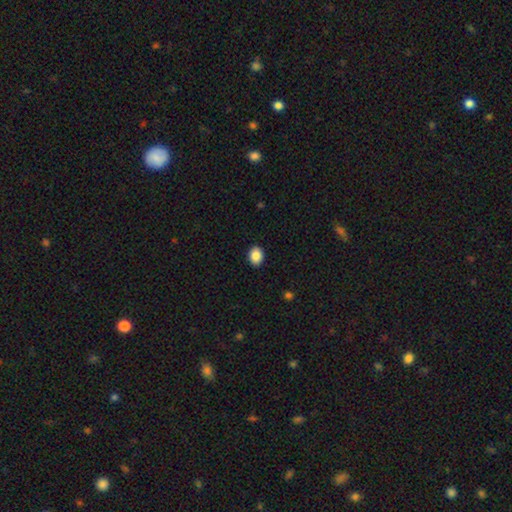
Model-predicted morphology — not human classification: type=smooth (88%); roundness=in between (56%); merging=none (91%).